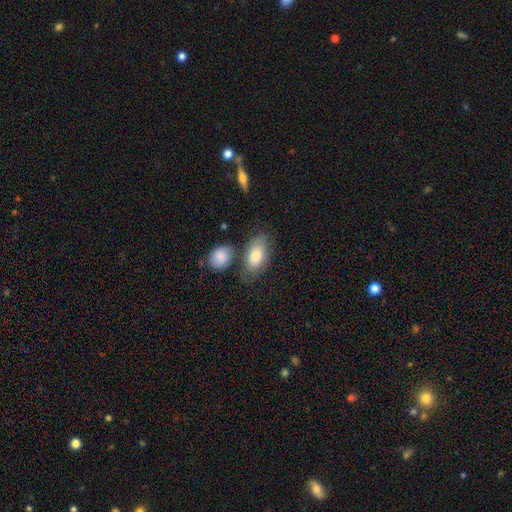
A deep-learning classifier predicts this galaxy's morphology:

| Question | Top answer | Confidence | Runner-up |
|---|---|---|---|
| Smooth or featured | smooth | 79% | featured or disk (15%) |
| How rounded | in between | 92% | round (5%) |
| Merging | none | 57% | minor disturbance (19%) |